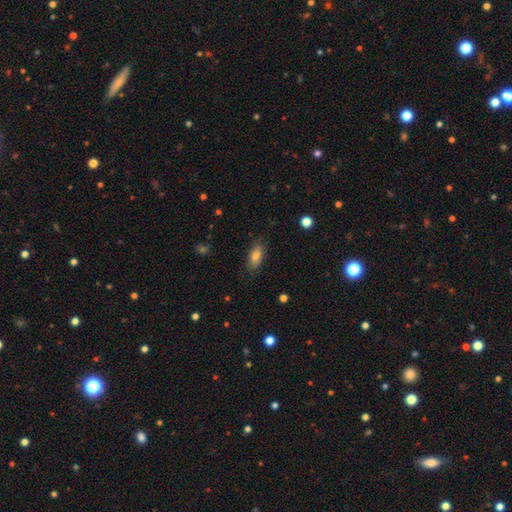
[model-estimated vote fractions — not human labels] This appears to be a smooth galaxy with no disk features (78%) that is in between round and cigar-shaped (82%). Merging: none (83%).